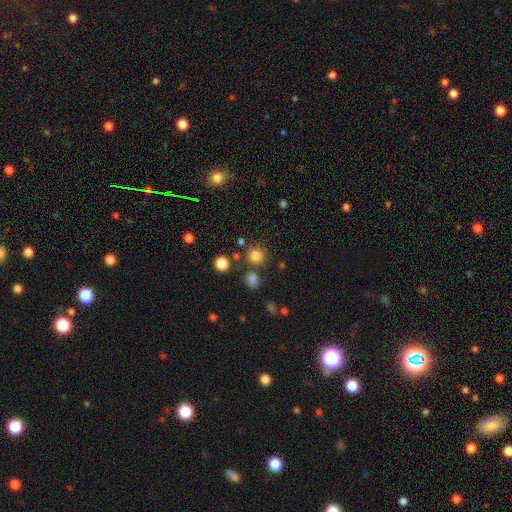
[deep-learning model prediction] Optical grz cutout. It shows a smooth galaxy with no disk features (81%) that is round (90%). Merging: none (78%).